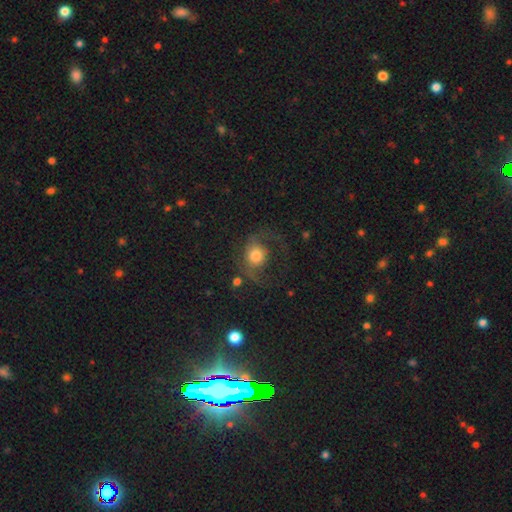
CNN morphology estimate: A featured or disk galaxy (45%, tied with smooth). Merging: none (40%).